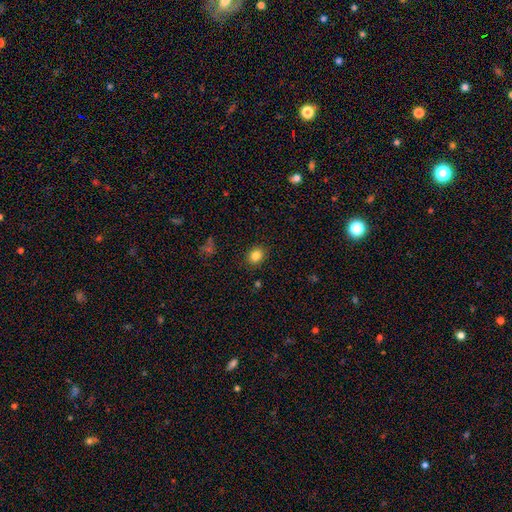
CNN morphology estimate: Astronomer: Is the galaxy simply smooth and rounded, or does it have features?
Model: smooth — 84%.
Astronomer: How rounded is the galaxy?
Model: round — 54% (runner-up: in between, 45%).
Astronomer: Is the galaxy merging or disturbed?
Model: none — 89%.